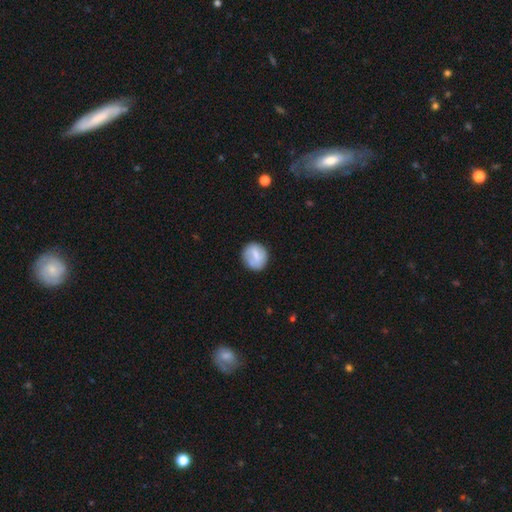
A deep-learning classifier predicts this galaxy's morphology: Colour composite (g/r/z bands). It shows a smooth galaxy with no disk features (62%) that is round (79%). Merging: none (79%).